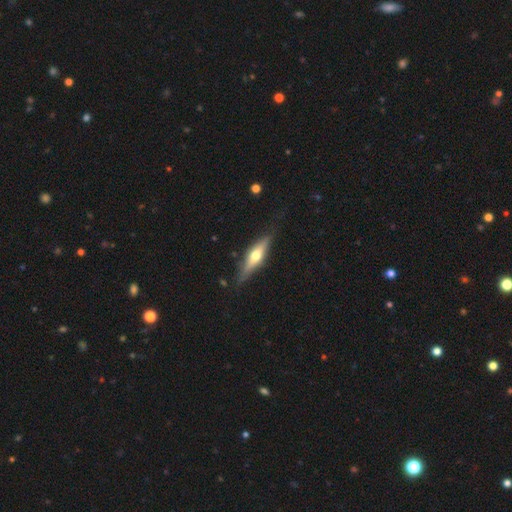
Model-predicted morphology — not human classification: A featured or disk galaxy (56%) viewed edge-on (91%) with a rounded central bulge (92%). Merging: none (81%).